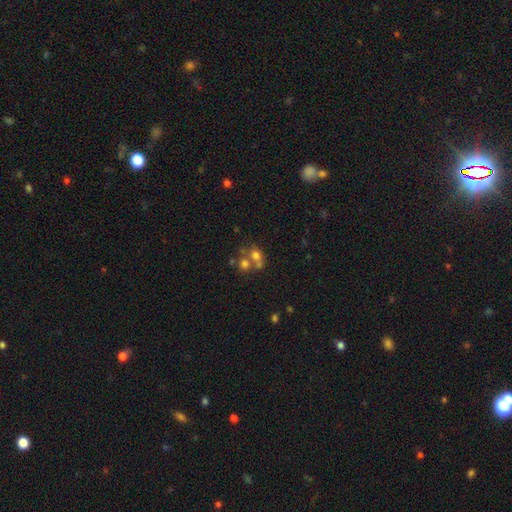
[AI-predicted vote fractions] smooth 62%, featured or disk 21%, star or artifact 16%. Down the decision tree: how rounded — round (69%); merging — merger (53%).